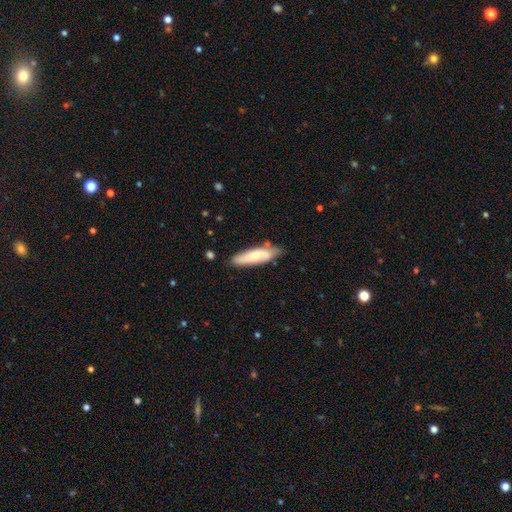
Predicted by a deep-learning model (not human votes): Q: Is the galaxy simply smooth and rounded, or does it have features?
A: smooth — 64%.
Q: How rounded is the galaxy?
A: cigar-shaped — 61%.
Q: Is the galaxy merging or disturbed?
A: none — 71%.